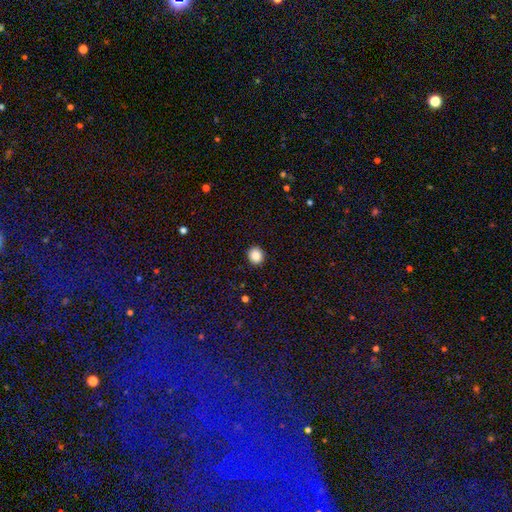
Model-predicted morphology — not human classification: This is clearly a smooth galaxy (87%). How rounded: clearly round (81%). Merging: clearly none (91%).